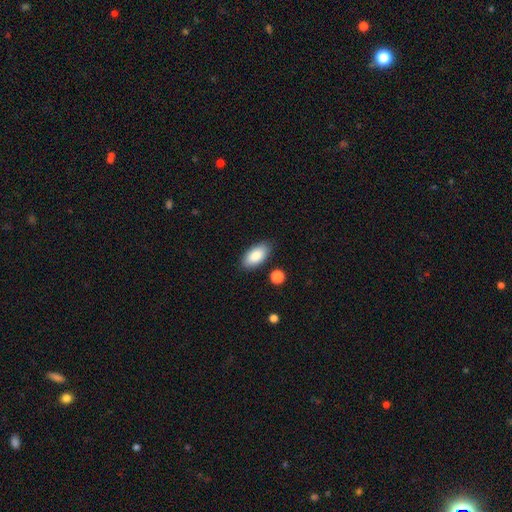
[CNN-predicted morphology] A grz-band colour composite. It shows a smooth galaxy with no disk features (86%) that is in between round and cigar-shaped (92%). Merging: none (85%).